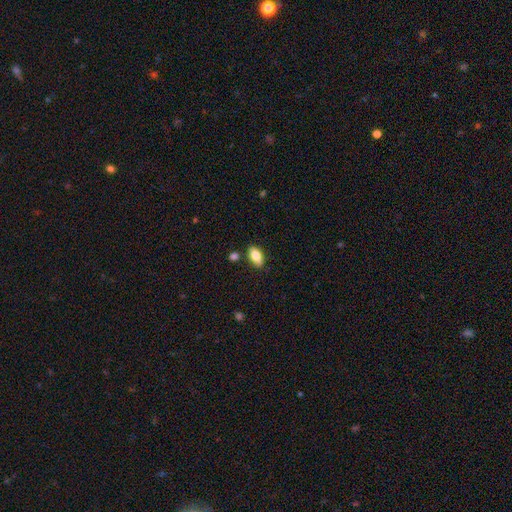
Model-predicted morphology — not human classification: Smooth or featured? smooth (83%)
How rounded? in between (91%)
Merging? none (83%)